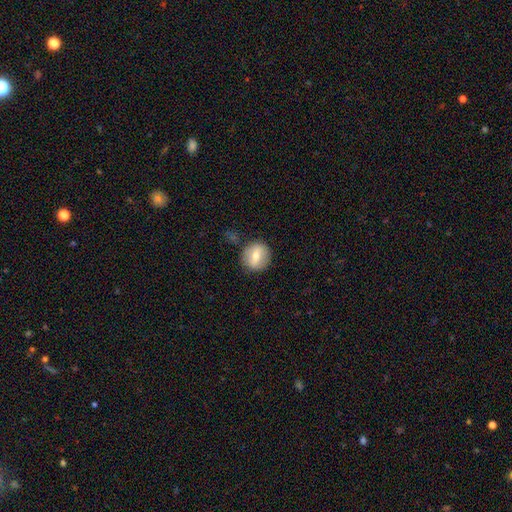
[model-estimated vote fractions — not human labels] This appears to be a smooth galaxy with no disk features (55%) that is round (82%). Merging: none (84%).